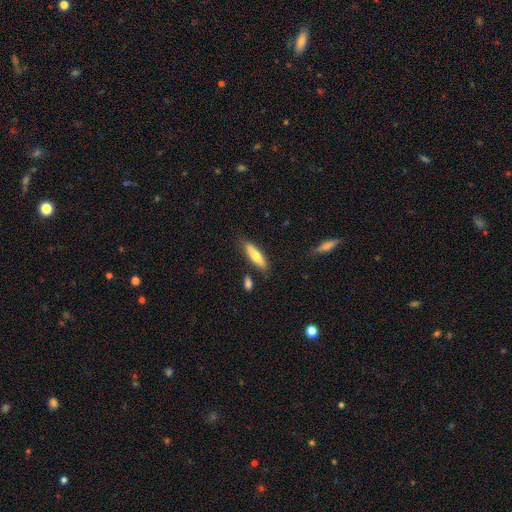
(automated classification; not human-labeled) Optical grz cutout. It shows a smooth galaxy with no disk features (65%) that is cigar-shaped (67%). Merging: none (78%).